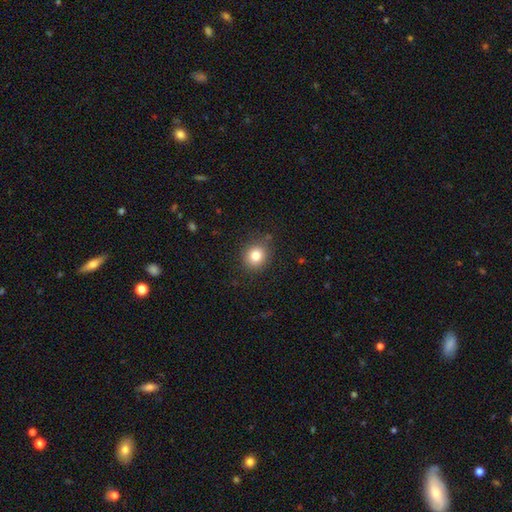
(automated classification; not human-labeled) A smooth galaxy with no disk features (82%) that is round (81%).

Vote fractions:
- Smooth or featured? smooth: 82% / star or artifact: 11% / featured or disk: 7%
- How rounded? round: 81% / in between: 18% / cigar-shaped: 1%
- Merging? none: 86% / minor disturbance: 10% / major disturbance: 3% / merger: 2%